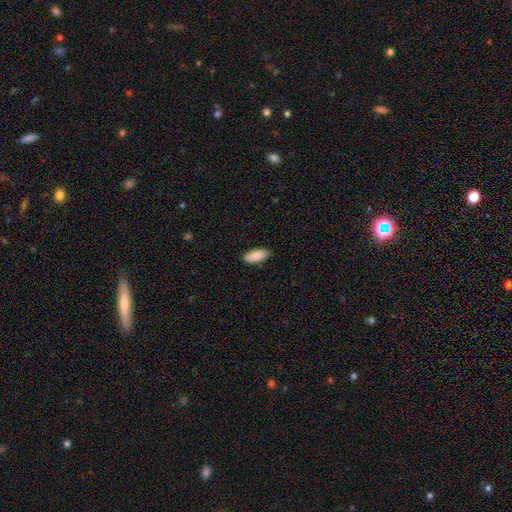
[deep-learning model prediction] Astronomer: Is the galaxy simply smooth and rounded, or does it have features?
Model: smooth — 90%.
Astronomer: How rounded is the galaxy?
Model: in between — 82%.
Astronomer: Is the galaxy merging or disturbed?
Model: none — 87%.